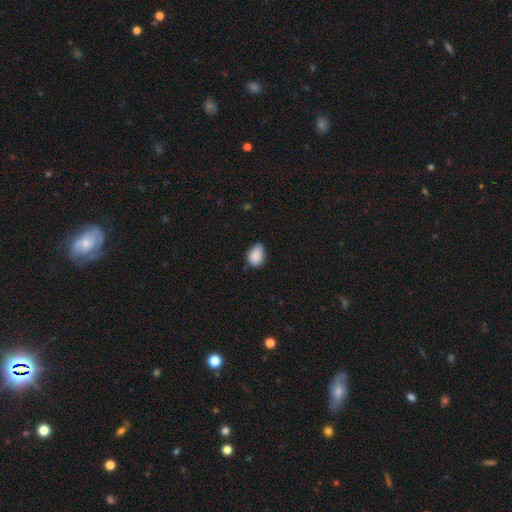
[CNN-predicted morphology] Overall: smooth (87%). How rounded: in between (81%). Merging: none (58%; minor disturbance 35%).